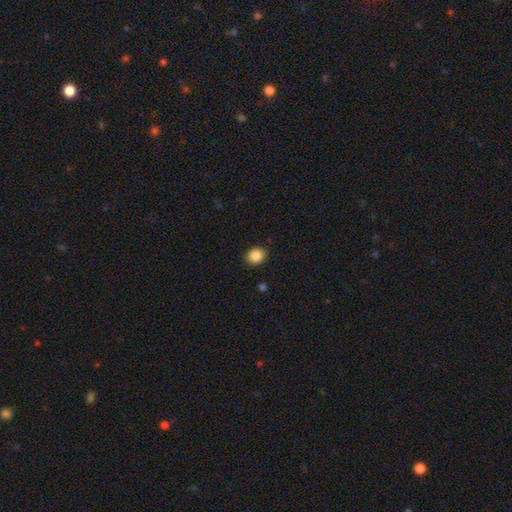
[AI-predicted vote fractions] This is clearly a smooth galaxy (87%). How rounded: likely round (61%). Merging: clearly none (89%).